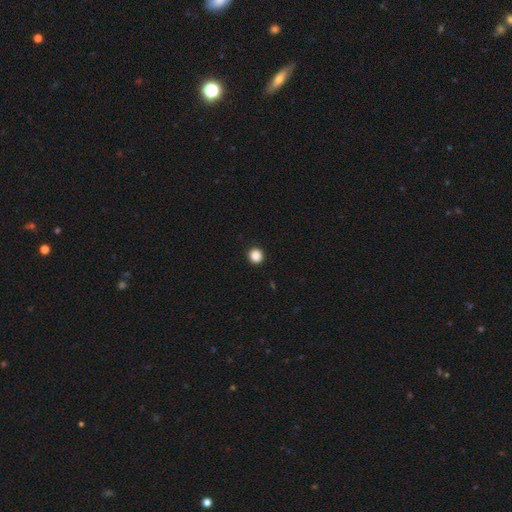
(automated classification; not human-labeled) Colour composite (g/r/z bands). It shows a smooth galaxy with no disk features (88%) that is round (92%). Merging: none (93%).